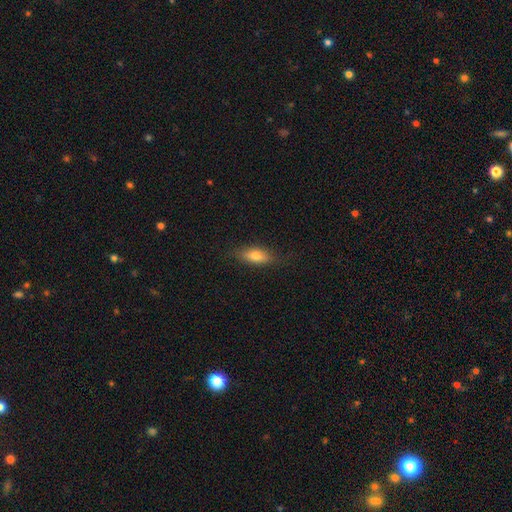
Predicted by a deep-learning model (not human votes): Smooth or featured? Predicted: smooth (p=0.72). How rounded? Predicted: in between (p=0.71). Merging? Predicted: none (p=0.81).